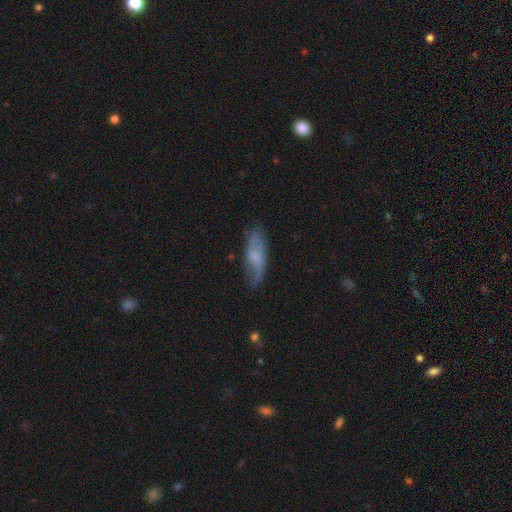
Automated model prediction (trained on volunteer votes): smooth-or-featured: smooth: 53% | featured or disk: 39% | star or artifact: 8%
  how-rounded: in between: 54% | cigar-shaped: 43% | round: 2%
  merging: none: 66% | minor disturbance: 24% | major disturbance: 8% | merger: 2%